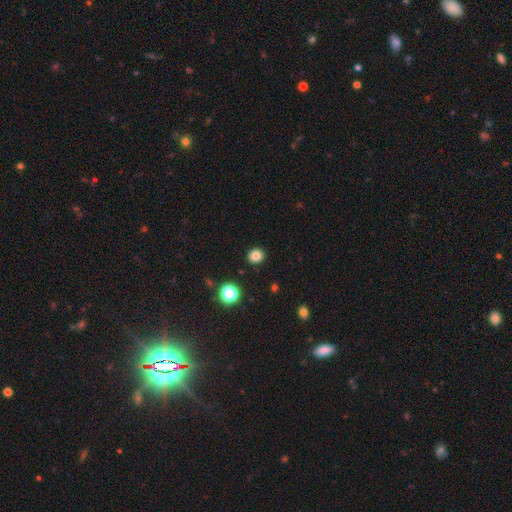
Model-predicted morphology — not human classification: smooth-or-featured: smooth: 82% | star or artifact: 13% | featured or disk: 5%
  how-rounded: round: 82% | in between: 17% | cigar-shaped: 1%
  merging: none: 91% | minor disturbance: 6% | major disturbance: 2% | merger: 1%